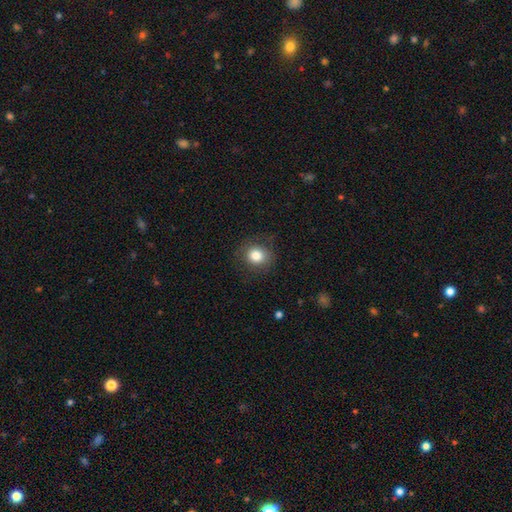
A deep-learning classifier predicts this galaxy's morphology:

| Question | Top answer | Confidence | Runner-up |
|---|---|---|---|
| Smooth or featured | smooth | 82% | star or artifact (10%) |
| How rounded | round | 83% | in between (16%) |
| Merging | none | 83% | minor disturbance (11%) |